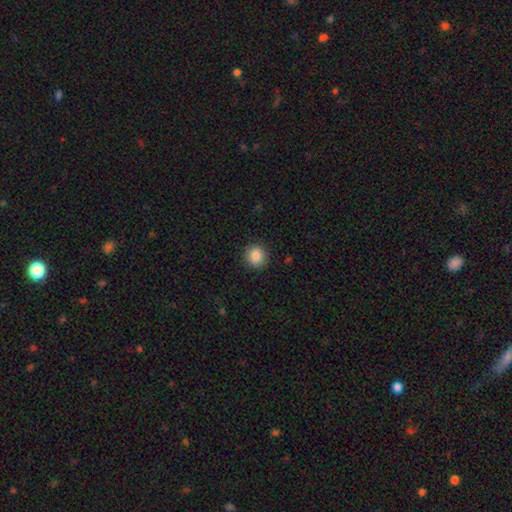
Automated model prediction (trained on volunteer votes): A smooth galaxy with no disk features (86%) that is round (90%).

Vote fractions:
- Smooth or featured? smooth: 86% / star or artifact: 9% / featured or disk: 4%
- How rounded? round: 90% / in between: 9% / cigar-shaped: 1%
- Merging? none: 90% / minor disturbance: 6% / major disturbance: 2% / merger: 1%